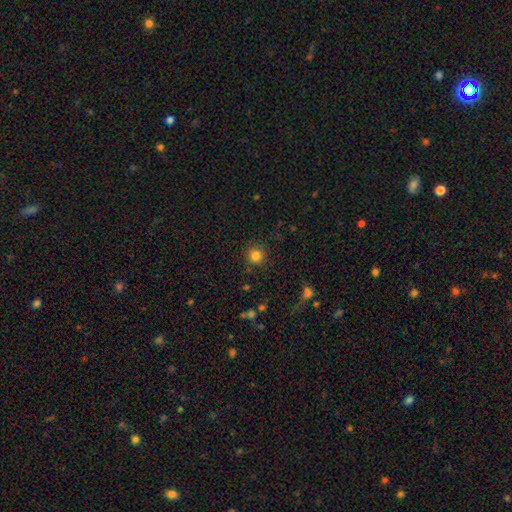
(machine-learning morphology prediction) smooth-or-featured: smooth: 83% | star or artifact: 13% | featured or disk: 5%
  how-rounded: round: 94% | in between: 5% | cigar-shaped: 1%
  merging: none: 88% | minor disturbance: 7% | major disturbance: 3% | merger: 2%